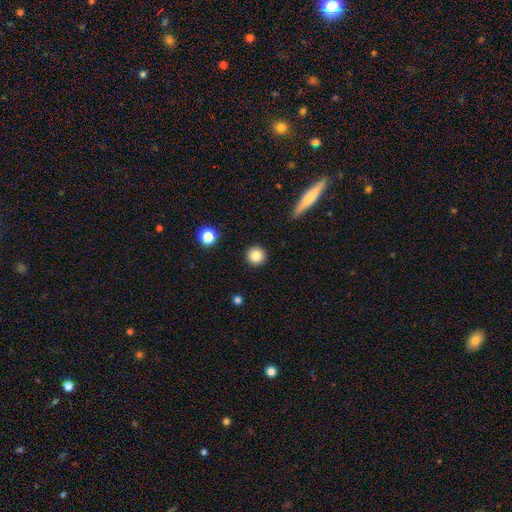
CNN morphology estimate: smooth_or_featured: smooth (p=0.86) [alt: star or artifact p=0.09]
how_rounded: round (p=0.94) [alt: in between p=0.05]
merging: none (p=0.91) [alt: minor disturbance p=0.05]